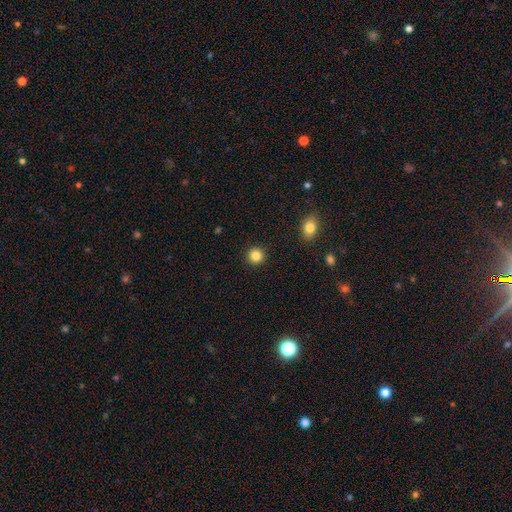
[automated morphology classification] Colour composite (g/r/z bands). It shows a smooth galaxy with no disk features (85%) that is round (95%). Merging: none (93%).